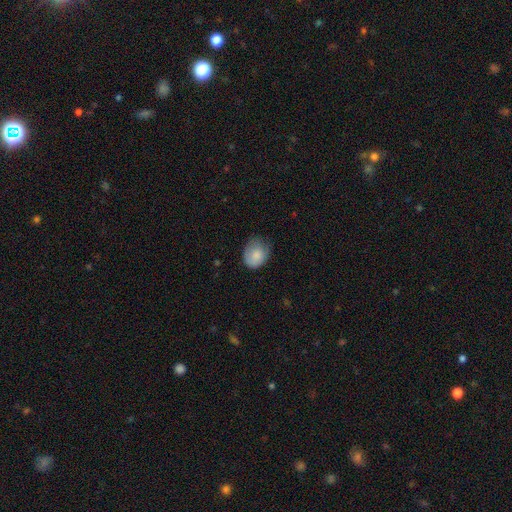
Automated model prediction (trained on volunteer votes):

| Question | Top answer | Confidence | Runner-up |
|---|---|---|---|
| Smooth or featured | smooth | 80% | featured or disk (13%) |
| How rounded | round | 50% | in between (49%) |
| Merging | none | 52% | minor disturbance (34%) |